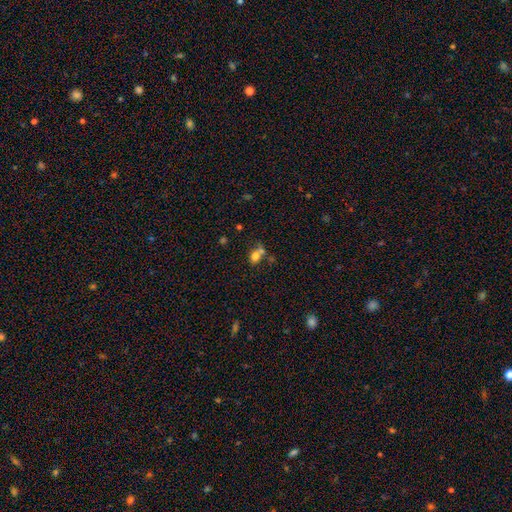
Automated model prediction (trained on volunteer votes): This appears to be a smooth galaxy with no disk features (74%) that is in between round and cigar-shaped (52%). Merging: merger (48%).